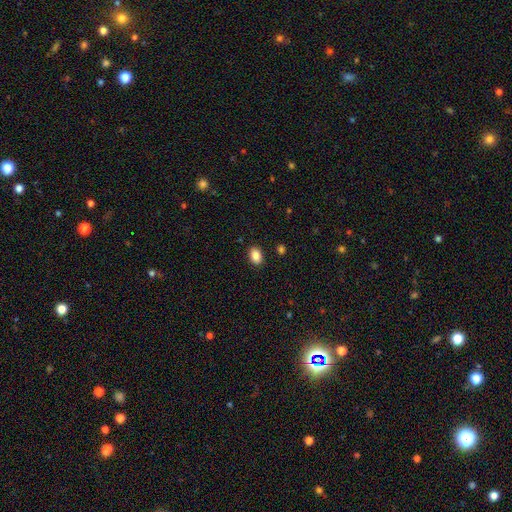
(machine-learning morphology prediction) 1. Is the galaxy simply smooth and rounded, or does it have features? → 87% smooth, 9% star or artifact, 4% featured or disk.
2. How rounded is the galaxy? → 80% in between, 18% round, 1% cigar-shaped.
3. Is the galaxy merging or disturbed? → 89% none, 7% minor disturbance, 2% major disturbance, 1% merger.